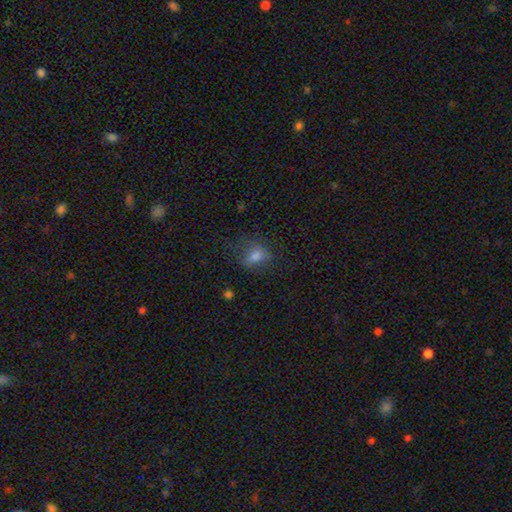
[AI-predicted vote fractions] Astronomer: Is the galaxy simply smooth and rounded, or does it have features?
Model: smooth — 73%.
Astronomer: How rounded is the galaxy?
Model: in between — 59% (runner-up: round, 39%).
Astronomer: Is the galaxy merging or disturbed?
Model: none — 63%.